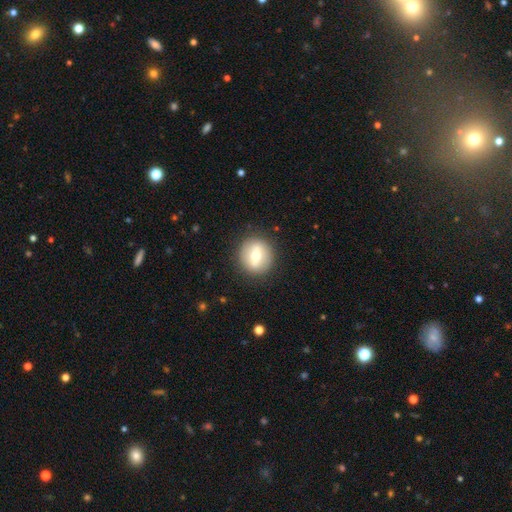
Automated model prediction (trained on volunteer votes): smooth_or_featured: smooth (p=0.49) [alt: featured or disk p=0.43]
merging: none (p=0.88) [alt: minor disturbance p=0.08]